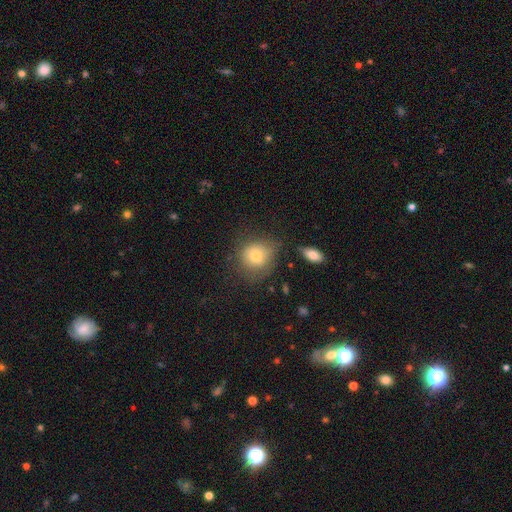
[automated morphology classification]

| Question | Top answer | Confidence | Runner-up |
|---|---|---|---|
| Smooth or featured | smooth | 76% | featured or disk (13%) |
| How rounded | round | 78% | in between (21%) |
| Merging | none | 59% | minor disturbance (25%) |